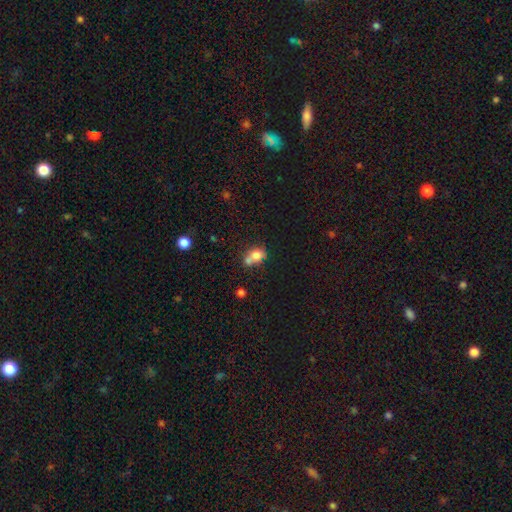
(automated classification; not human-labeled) Q: Smooth or featured?
A: smooth (74%); runner-up: featured or disk (14%)
Q: How rounded?
A: in between (58%); runner-up: round (40%)
Q: Merging?
A: merger (45%); runner-up: none (31%)